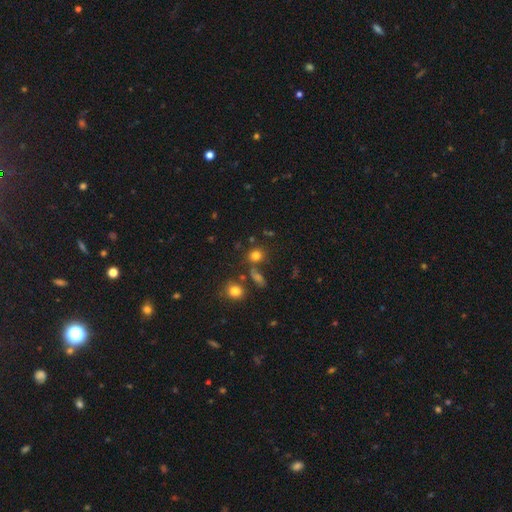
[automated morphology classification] Smooth or featured? smooth (77%)
How rounded? round (78%)
Merging? none (70%)